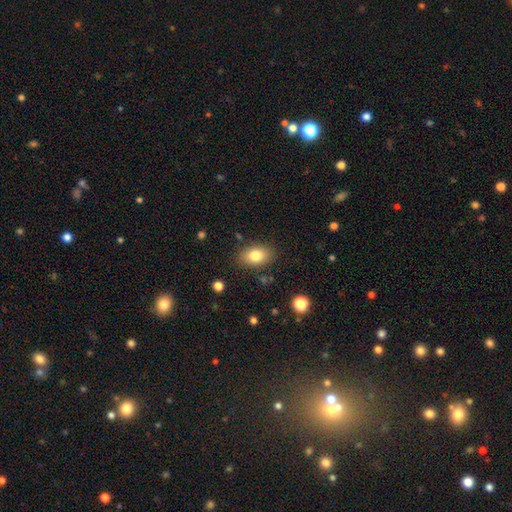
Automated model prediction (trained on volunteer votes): Smooth or featured? smooth (80%)
How rounded? in between (84%)
Merging? none (84%)